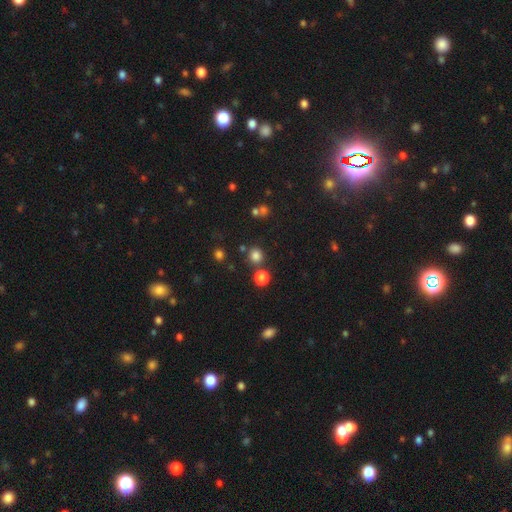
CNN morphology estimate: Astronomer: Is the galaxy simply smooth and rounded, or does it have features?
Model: smooth — 78%.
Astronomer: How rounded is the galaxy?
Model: round — 89%.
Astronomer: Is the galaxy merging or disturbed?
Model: none — 78%.